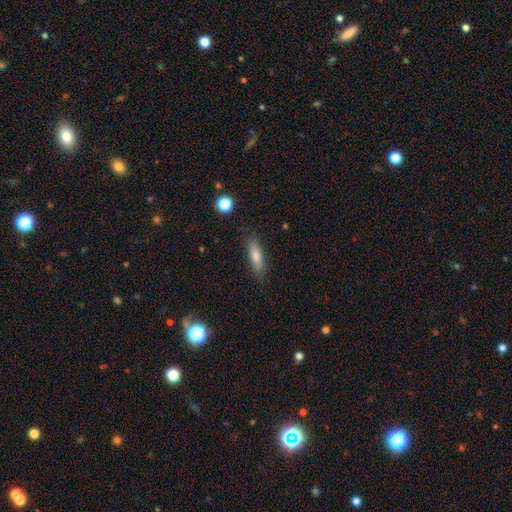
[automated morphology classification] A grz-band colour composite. It shows a smooth galaxy with no disk features (74%) that is cigar-shaped (64%). Merging: none (85%).